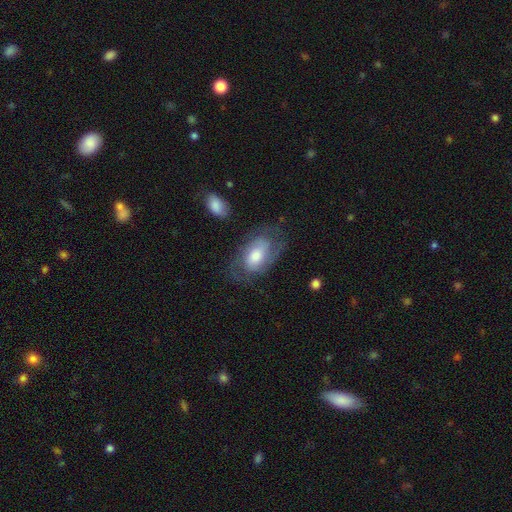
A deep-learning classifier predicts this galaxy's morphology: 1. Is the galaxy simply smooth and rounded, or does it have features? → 59% featured or disk, 35% smooth, 6% star or artifact.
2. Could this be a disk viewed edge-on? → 95% no, 5% yes.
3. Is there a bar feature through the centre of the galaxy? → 63% no, 30% weak, 7% strong.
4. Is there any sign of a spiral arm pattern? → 80% yes, 20% no.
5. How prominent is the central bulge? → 57% moderate, 20% large, 20% small, 2% dominant, 2% none.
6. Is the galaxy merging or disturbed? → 63% none, 21% minor disturbance, 14% major disturbance, 2% merger.